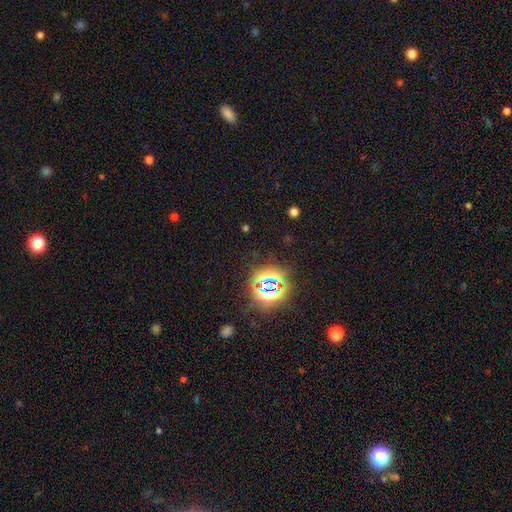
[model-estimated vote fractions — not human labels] smooth-or-featured: star or artifact: 83% | smooth: 11% | featured or disk: 6%